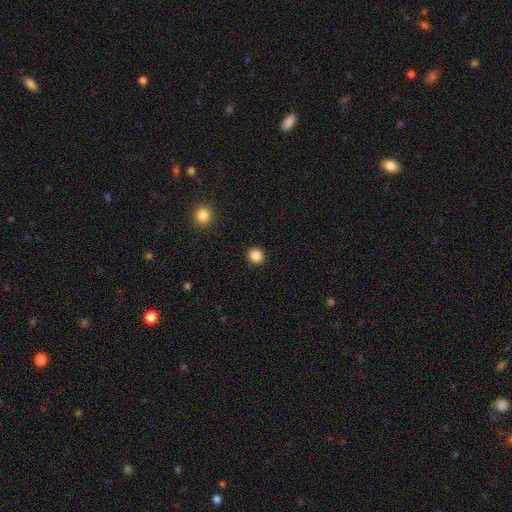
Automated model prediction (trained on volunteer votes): smooth-or-featured: smooth: 85% | star or artifact: 11% | featured or disk: 4%
  how-rounded: round: 86% | in between: 13% | cigar-shaped: 1%
  merging: none: 92% | minor disturbance: 5% | major disturbance: 2% | merger: 1%